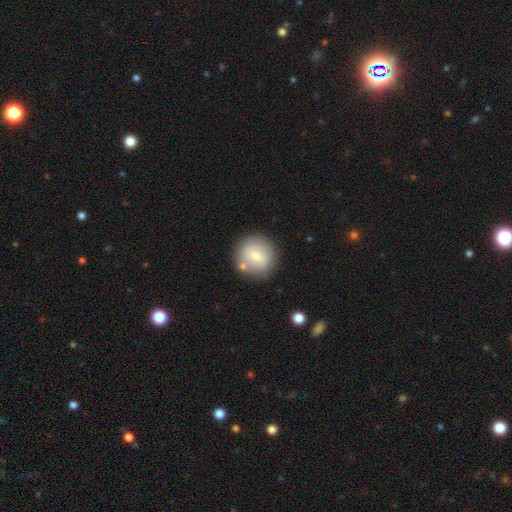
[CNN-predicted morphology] Smooth or featured? smooth (63%)
How rounded? round (91%)
Merging? none (79%)